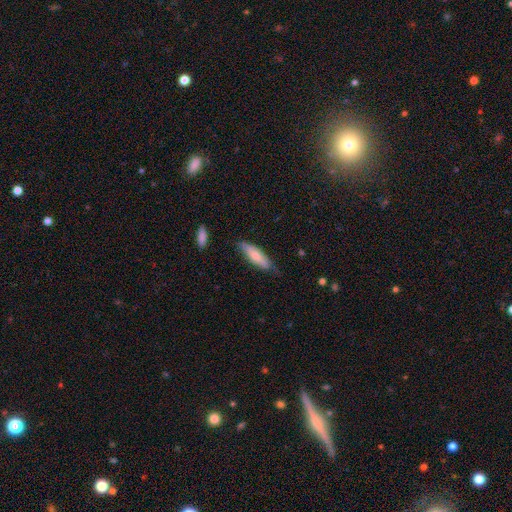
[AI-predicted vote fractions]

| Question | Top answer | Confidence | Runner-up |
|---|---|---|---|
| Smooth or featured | smooth | 70% | featured or disk (24%) |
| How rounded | cigar-shaped | 56% | in between (42%) |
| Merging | none | 72% | minor disturbance (22%) |